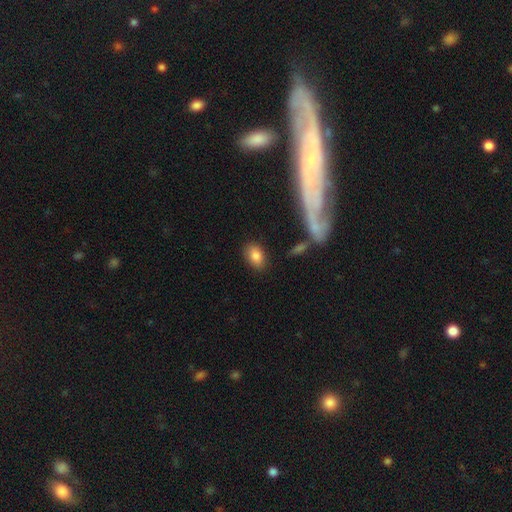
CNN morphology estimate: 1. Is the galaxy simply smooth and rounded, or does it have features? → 83% smooth, 9% featured or disk, 8% star or artifact.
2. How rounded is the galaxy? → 84% in between, 14% round, 2% cigar-shaped.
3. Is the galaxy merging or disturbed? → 83% none, 11% minor disturbance, 3% major disturbance, 3% merger.